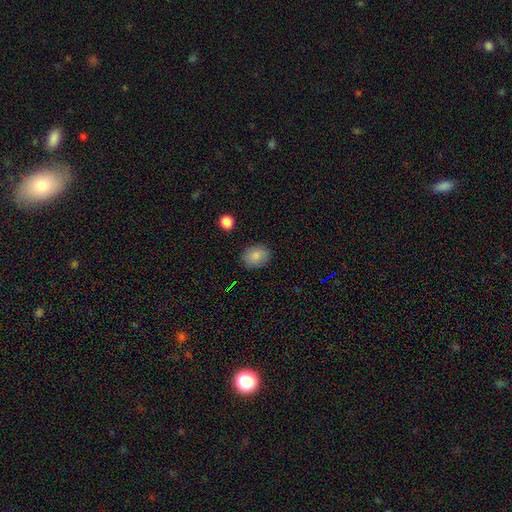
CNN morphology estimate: smooth_or_featured: smooth (p=0.85) [alt: star or artifact p=0.09]
how_rounded: round (p=0.52) [alt: in between p=0.47]
merging: none (p=0.85) [alt: minor disturbance p=0.11]